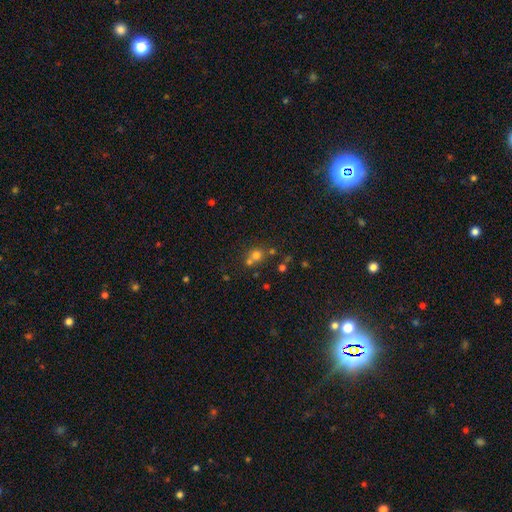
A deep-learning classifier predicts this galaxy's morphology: This appears to be a smooth galaxy with no disk features (68%) that is round (81%). Merging: none (50%).